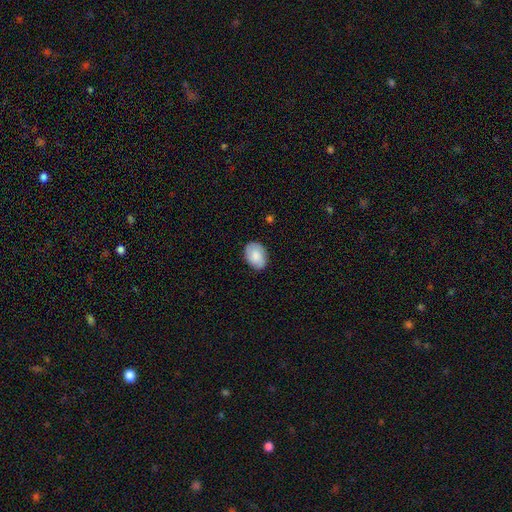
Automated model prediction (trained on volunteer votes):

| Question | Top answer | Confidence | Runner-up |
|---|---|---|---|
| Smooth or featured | smooth | 81% | featured or disk (12%) |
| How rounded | in between | 77% | round (22%) |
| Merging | none | 79% | minor disturbance (17%) |